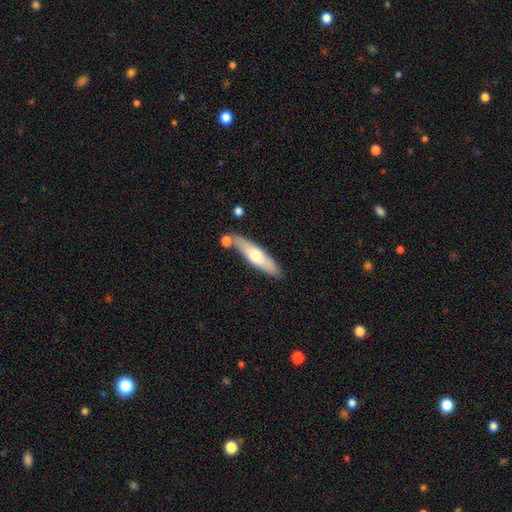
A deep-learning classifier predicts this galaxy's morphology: Smooth or featured? Predicted: smooth (p=0.52). How rounded? Predicted: cigar-shaped (p=0.79). Merging? Predicted: none (p=0.77).